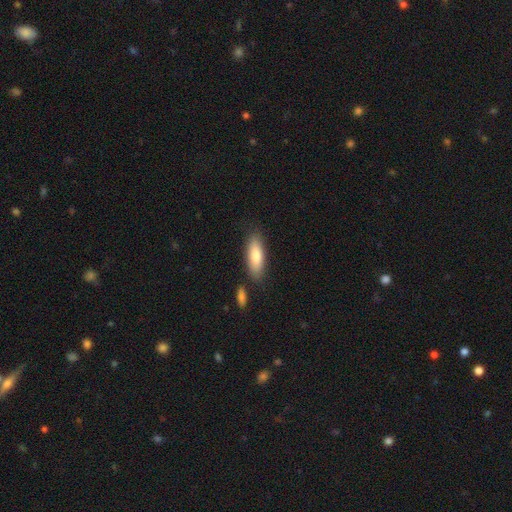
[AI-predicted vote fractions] Overall: smooth (80%). How rounded: in between (58%; cigar-shaped 41%). Merging: none (80%).